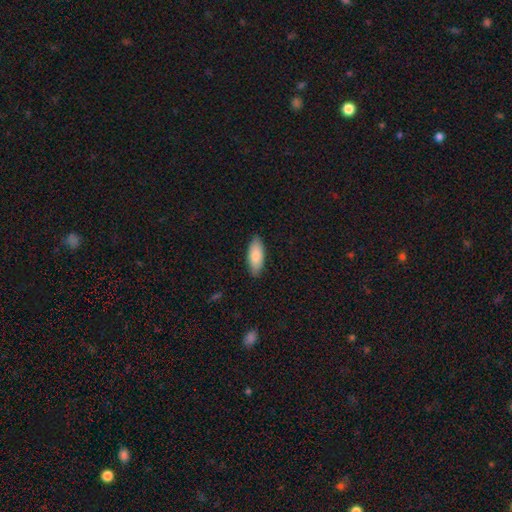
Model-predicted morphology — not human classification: Overall: smooth (84%). How rounded: in between (81%). Merging: none (86%).